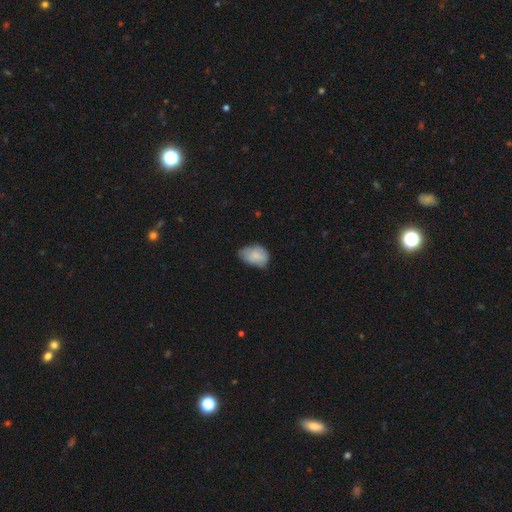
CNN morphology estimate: The model was most divided on "merging": minor disturbance: 45%, none: 41%, major disturbance: 12%, merger: 2%. More confident: how rounded — in between (84%); smooth or featured — smooth (80%).